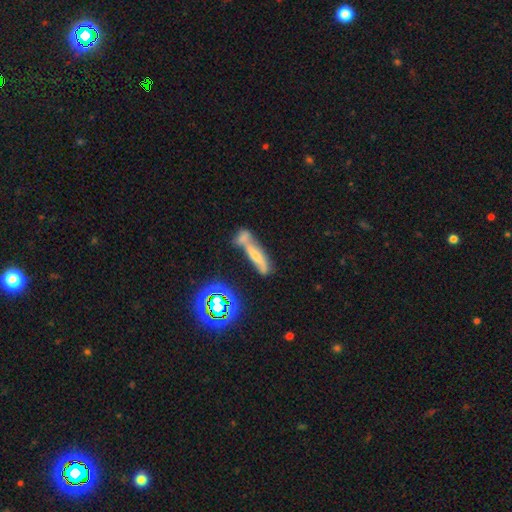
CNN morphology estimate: smooth_or_featured: smooth (p=0.43) [alt: featured or disk p=0.39]
merging: merger (p=0.44) [alt: none p=0.33]